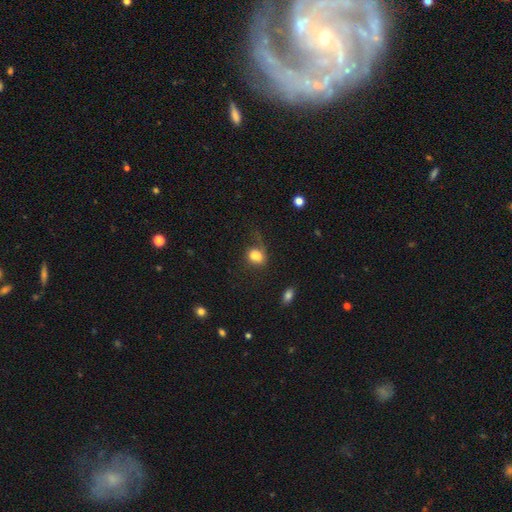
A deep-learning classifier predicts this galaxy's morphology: Smooth or featured: smooth — 75% (featured or disk — 14%)
How rounded: in between — 53% (round — 45%)
Merging: none — 32% (merger — 26%)